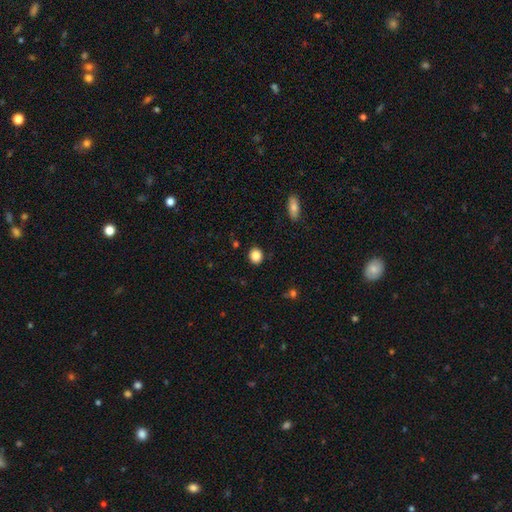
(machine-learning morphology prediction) smooth 85%, star or artifact 10%, featured or disk 5%. Down the decision tree: how rounded — round (76%); merging — none (89%).